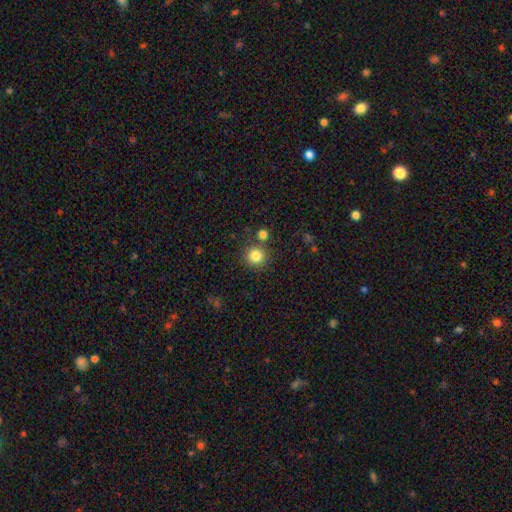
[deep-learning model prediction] Morphology: type=smooth (83%); roundness=round (94%); merging=none (80%).